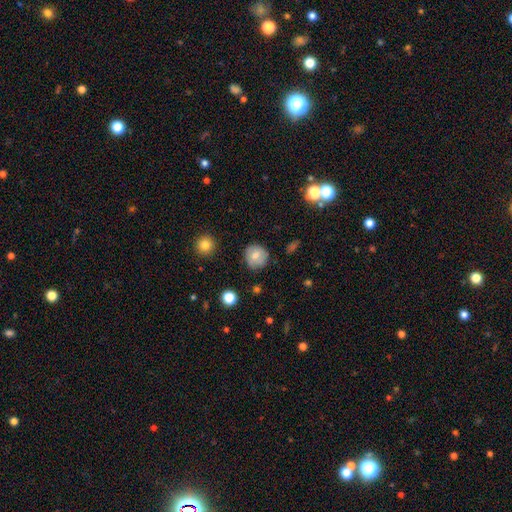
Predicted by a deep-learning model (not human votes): Overall: smooth (70%). How rounded: round (89%). Merging: none (80%).